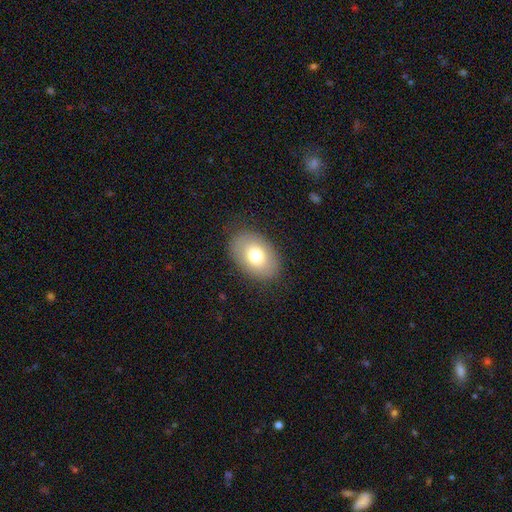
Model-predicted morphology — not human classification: This appears to be a smooth galaxy with no disk features (74%) that is in between round and cigar-shaped (83%). Merging: none (84%).